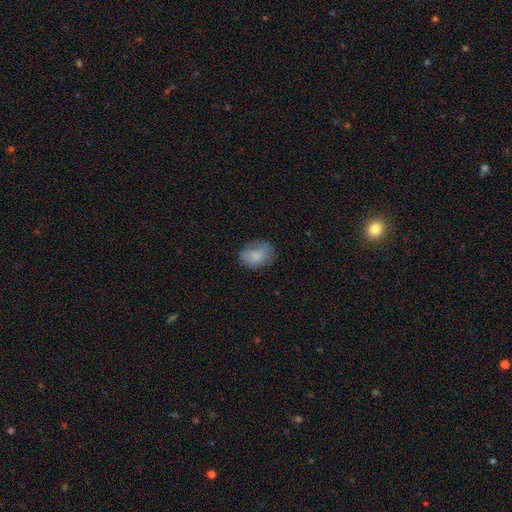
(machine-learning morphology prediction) Q: Smooth or featured?
A: smooth (79%); runner-up: featured or disk (13%)
Q: How rounded?
A: in between (76%); runner-up: round (23%)
Q: Merging?
A: none (61%); runner-up: minor disturbance (27%)